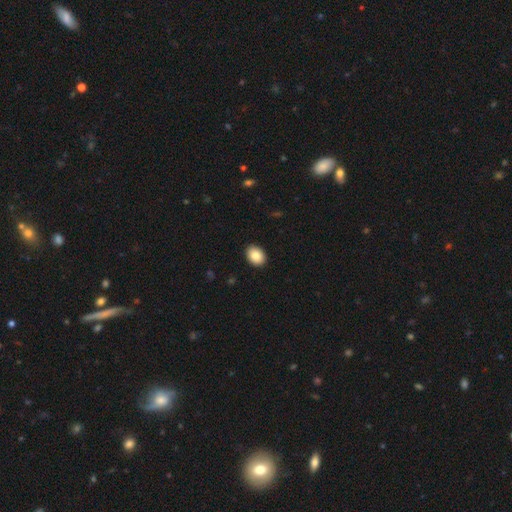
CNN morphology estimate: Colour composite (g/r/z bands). It shows a smooth galaxy with no disk features (86%) that is in between round and cigar-shaped (70%). Merging: none (91%).